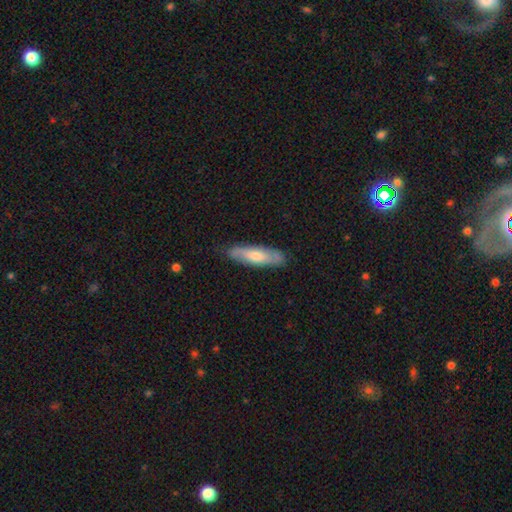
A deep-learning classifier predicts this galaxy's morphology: Smooth or featured: smooth — 57% (featured or disk — 38%)
How rounded: cigar-shaped — 64% (in between — 34%)
Merging: none — 80% (minor disturbance — 16%)